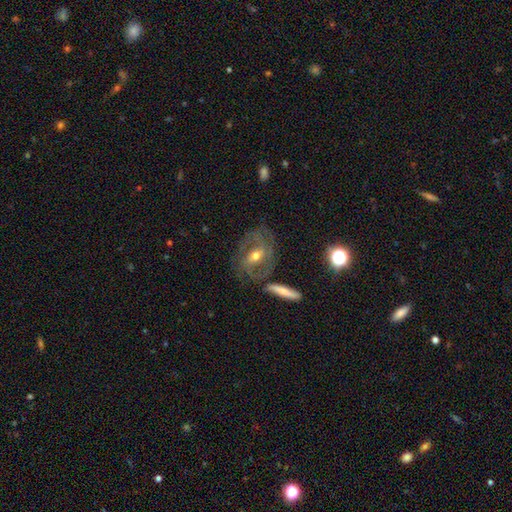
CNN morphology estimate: A featured or disk galaxy (72%) with a weak bar (40%), spiral arms (77%) and a moderate central bulge (65%).

Vote fractions:
- Smooth or featured? featured or disk: 72% / smooth: 20% / star or artifact: 8%
- Edge-on disk? no: 90% / yes: 10%
- Bar? weak: 40% / no: 31% / strong: 29%
- Spiral arms? yes: 77% / no: 23%
- Bulge size? moderate: 65% / small: 29% / large: 4% / none: 1% / dominant: 1%
- Merging? none: 63% / minor disturbance: 18% / major disturbance: 14% / merger: 5%